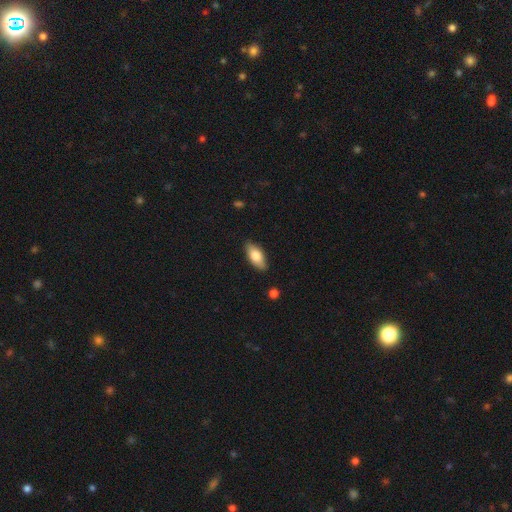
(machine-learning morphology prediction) Q: Smooth or featured?
A: smooth (75%); runner-up: featured or disk (19%)
Q: How rounded?
A: in between (85%); runner-up: cigar-shaped (12%)
Q: Merging?
A: none (86%); runner-up: minor disturbance (11%)